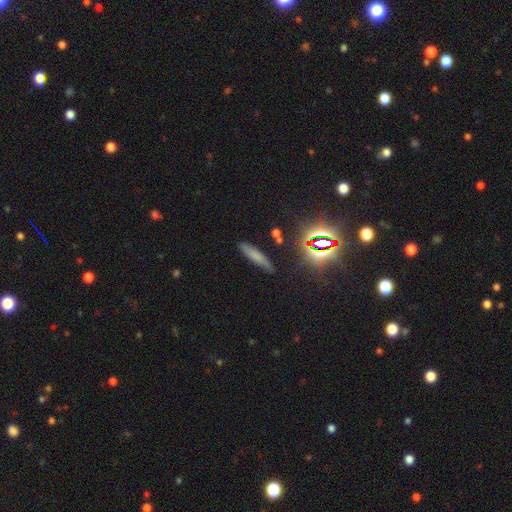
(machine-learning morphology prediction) Smooth or featured: smooth — 62% (star or artifact — 20%)
How rounded: cigar-shaped — 82% (in between — 15%)
Merging: none — 80% (minor disturbance — 14%)